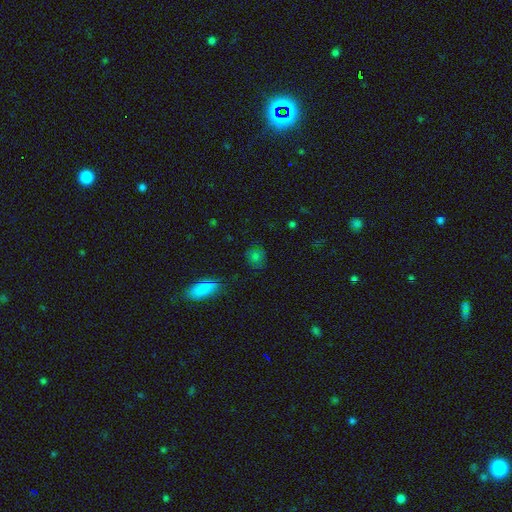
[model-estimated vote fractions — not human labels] This appears to be a smooth galaxy with no disk features (74%) that is round (75%). Merging: none (79%).